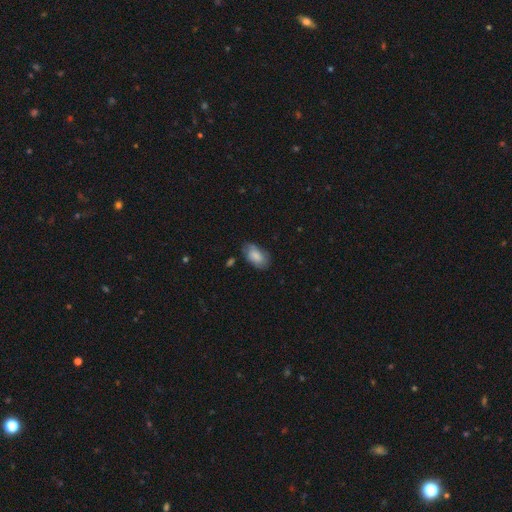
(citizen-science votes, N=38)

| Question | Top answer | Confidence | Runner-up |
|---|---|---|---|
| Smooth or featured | smooth | 84% | featured or disk (16%) |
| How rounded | in between | 97% | round (3%) |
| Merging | none | 68% | minor disturbance (24%) |